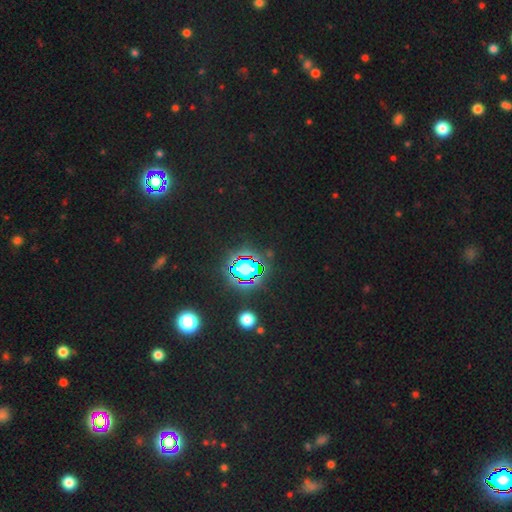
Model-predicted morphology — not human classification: A star or artifact, not a galaxy (81%).

Vote fractions:
- Smooth or featured? star or artifact: 81% / smooth: 12% / featured or disk: 7%